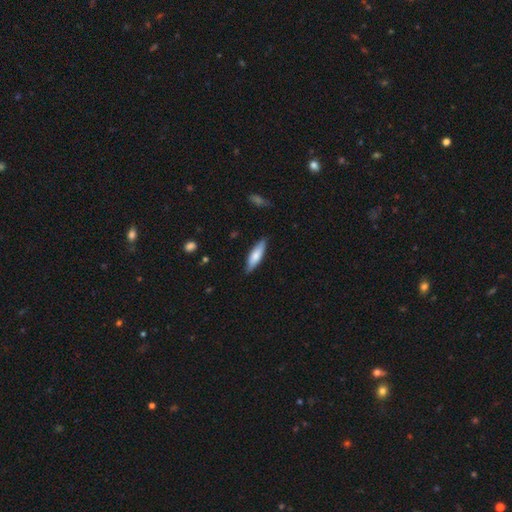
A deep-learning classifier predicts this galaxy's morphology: type=smooth (69%); roundness=cigar-shaped (61%); merging=none (85%).